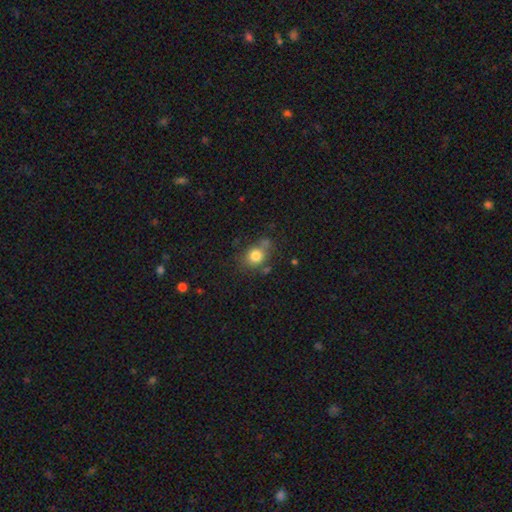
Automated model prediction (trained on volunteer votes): smooth 79%, star or artifact 11%, featured or disk 9%. Down the decision tree: how rounded — round (69%); merging — none (64%).